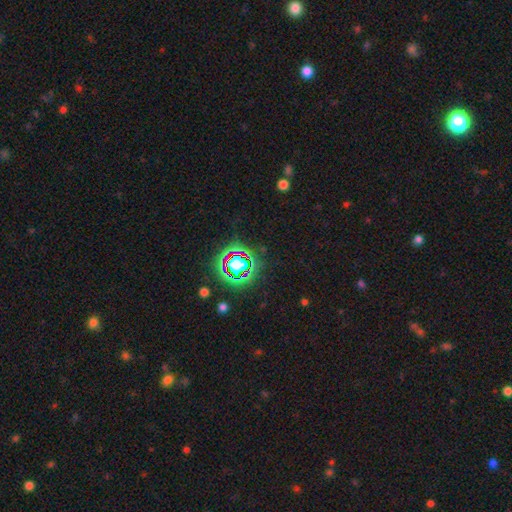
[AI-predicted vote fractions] Smooth or featured?
  - star or artifact: 78% *
  - smooth: 13%
  - featured or disk: 9%